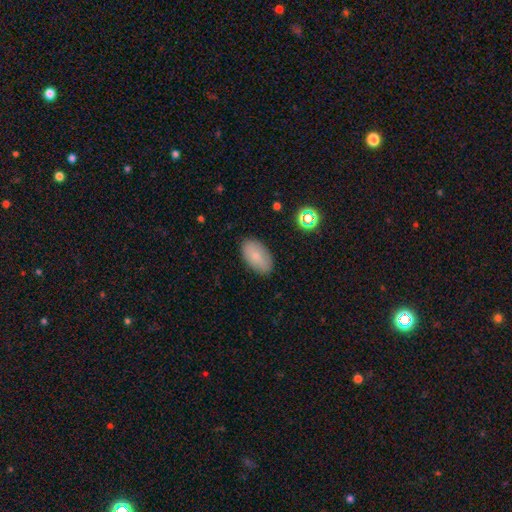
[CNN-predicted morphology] Smooth or featured: smooth — 80% (featured or disk — 12%)
How rounded: in between — 94% (round — 5%)
Merging: none — 86% (minor disturbance — 11%)